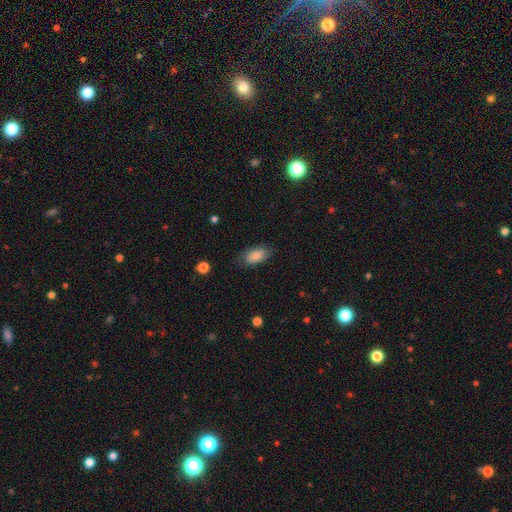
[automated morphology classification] This is clearly a smooth galaxy (85%). How rounded: clearly in between (92%). Merging: likely none (80%).